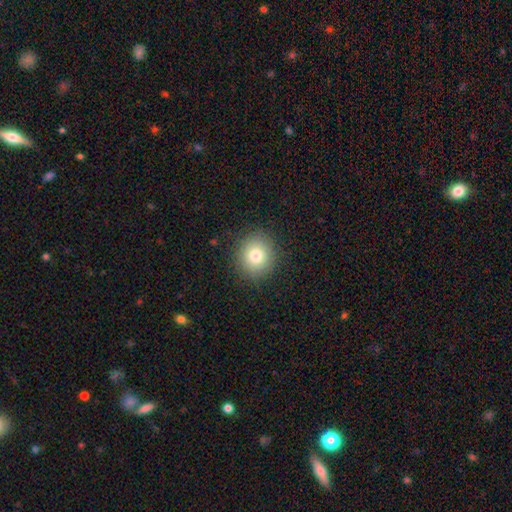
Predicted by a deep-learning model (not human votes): This appears to be a smooth galaxy with no disk features (80%) that is round (83%). Merging: none (89%).